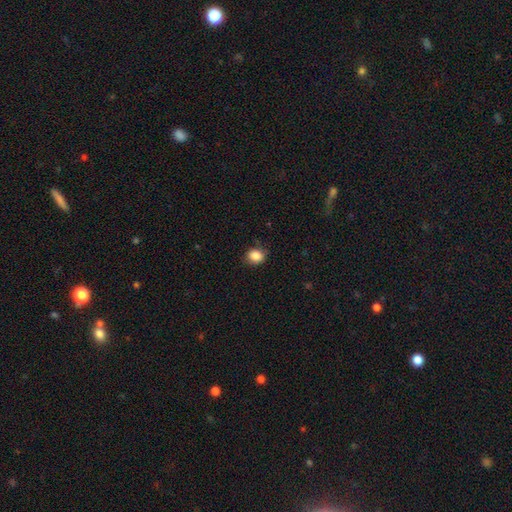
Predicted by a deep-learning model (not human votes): This appears to be a smooth galaxy with no disk features (86%) that is round (62%). Merging: none (80%).